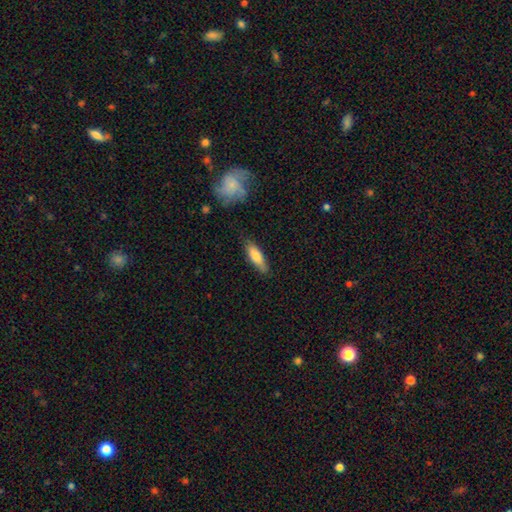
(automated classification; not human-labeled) Smooth or featured?
  - smooth: 76% *
  - featured or disk: 18%
  - star or artifact: 6%
How rounded?
  - cigar-shaped: 54% *
  - in between: 44%
  - round: 2%
Merging?
  - none: 80% *
  - minor disturbance: 15%
  - major disturbance: 3%
  - merger: 2%